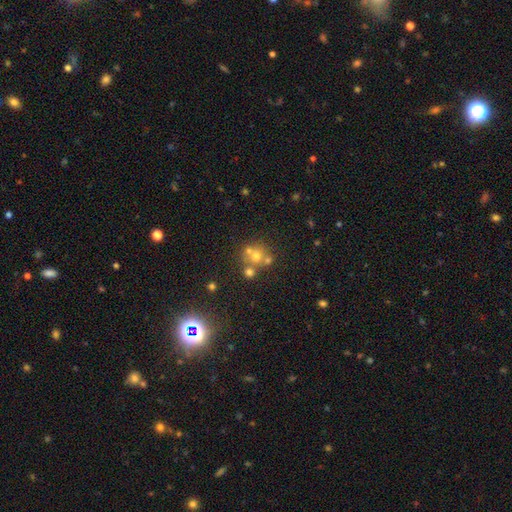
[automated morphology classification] This is possibly a smooth galaxy (49%). Merging: possibly none (53%).